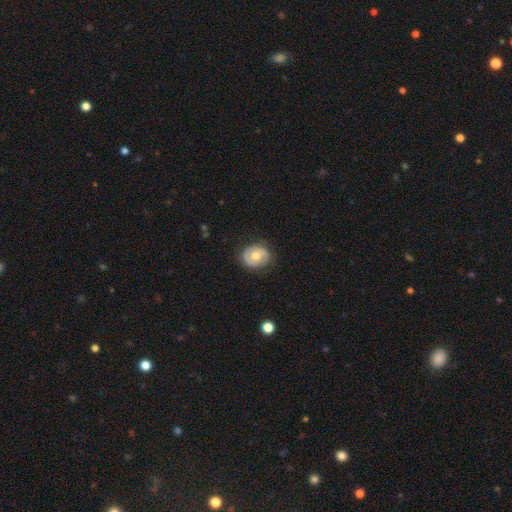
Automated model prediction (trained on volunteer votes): Morphology: type=featured or disk (49%); merging=none (79%).